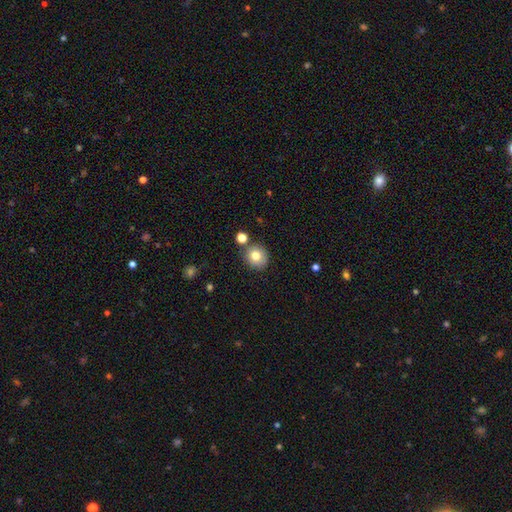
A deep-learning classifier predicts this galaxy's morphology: type=smooth (78%); roundness=round (82%); merging=none (76%).